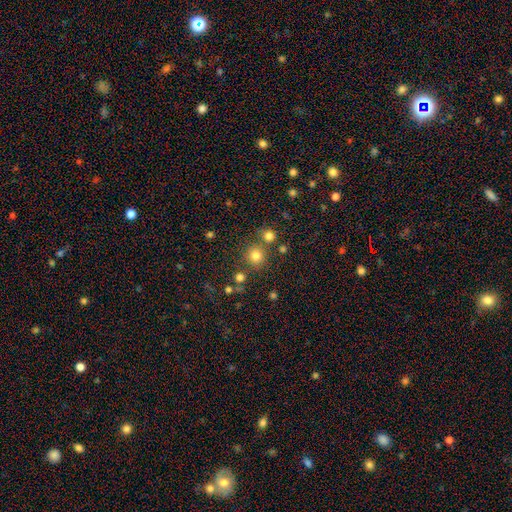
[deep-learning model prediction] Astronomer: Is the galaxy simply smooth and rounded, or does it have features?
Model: smooth — 78%.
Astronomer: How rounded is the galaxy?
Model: round — 91%.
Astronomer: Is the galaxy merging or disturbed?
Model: none — 76%.